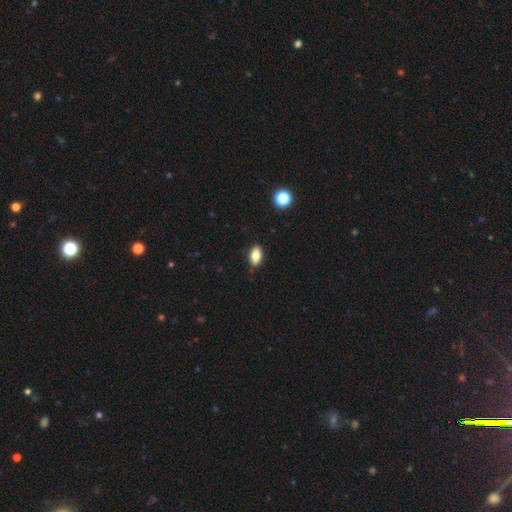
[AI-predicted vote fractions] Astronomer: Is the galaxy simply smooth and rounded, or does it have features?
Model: smooth — 81%.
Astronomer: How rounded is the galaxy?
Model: in between — 88%.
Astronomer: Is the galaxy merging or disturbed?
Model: none — 88%.